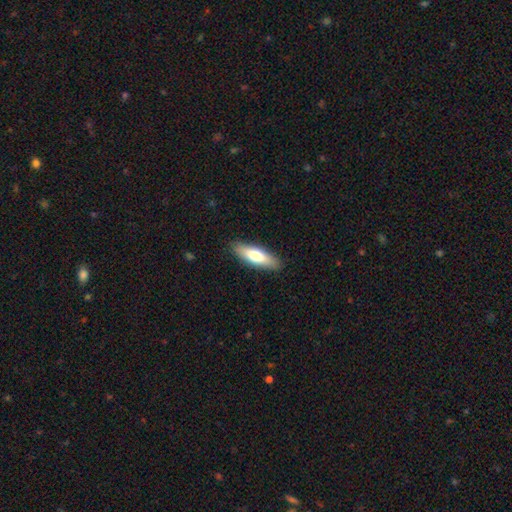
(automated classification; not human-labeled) smooth 71%, featured or disk 24%, star or artifact 6%. Down the decision tree: how rounded — cigar-shaped (52%); merging — none (88%).